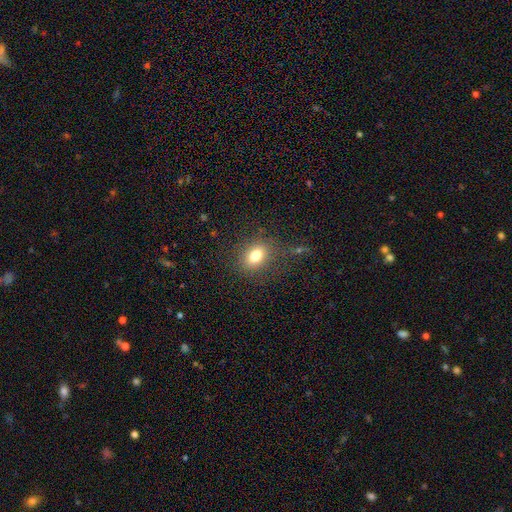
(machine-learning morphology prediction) A smooth galaxy with no disk features (78%) that is in between round and cigar-shaped (67%).

Vote fractions:
- Smooth or featured? smooth: 78% / star or artifact: 12% / featured or disk: 10%
- How rounded? in between: 67% / round: 31% / cigar-shaped: 2%
- Merging? none: 81% / minor disturbance: 12% / major disturbance: 6% / merger: 2%